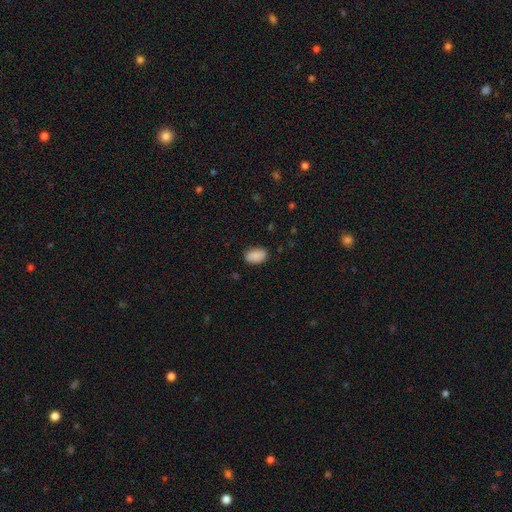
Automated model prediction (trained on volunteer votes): This is clearly a smooth galaxy (88%). How rounded: clearly in between (92%). Merging: clearly none (83%).